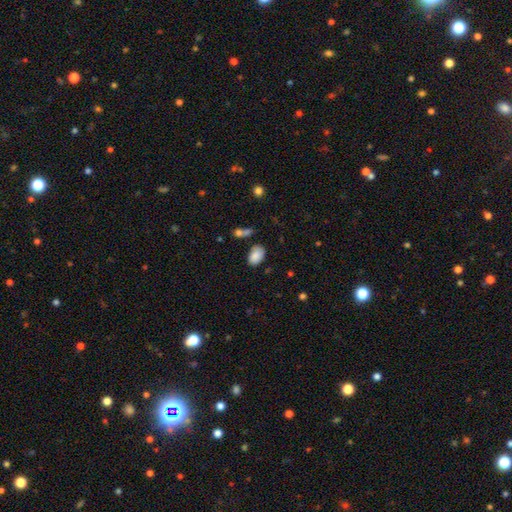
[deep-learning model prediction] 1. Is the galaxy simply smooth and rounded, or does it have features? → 86% smooth, 8% star or artifact, 6% featured or disk.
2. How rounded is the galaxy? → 91% in between, 8% round, 1% cigar-shaped.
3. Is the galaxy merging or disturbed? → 69% none, 18% minor disturbance, 8% merger, 5% major disturbance.